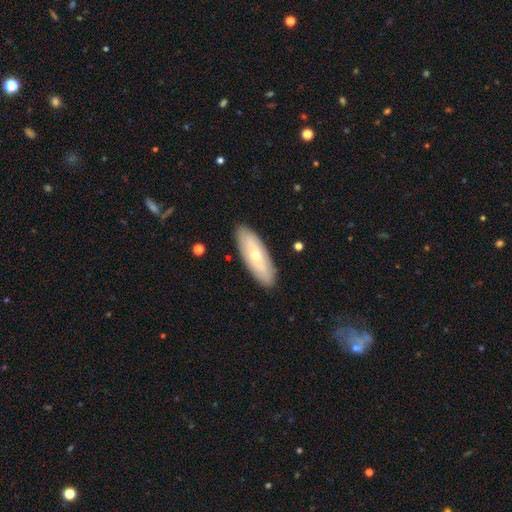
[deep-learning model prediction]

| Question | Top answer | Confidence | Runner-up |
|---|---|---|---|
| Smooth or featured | smooth | 50% | featured or disk (44%) |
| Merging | none | 88% | minor disturbance (9%) |